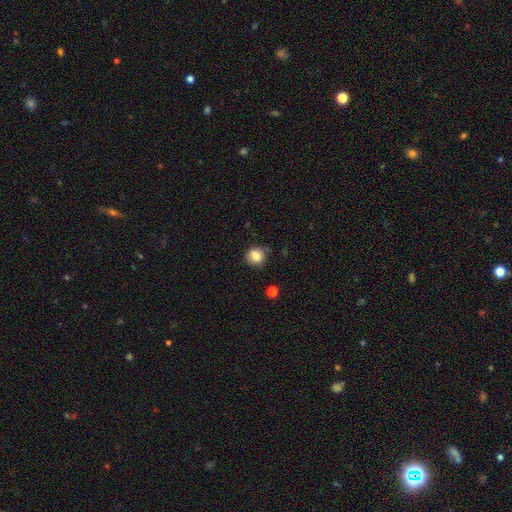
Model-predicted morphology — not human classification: The model was most divided on "how rounded": round: 70%, in between: 28%, cigar-shaped: 1%. More confident: smooth or featured — smooth (81%); merging — none (75%).